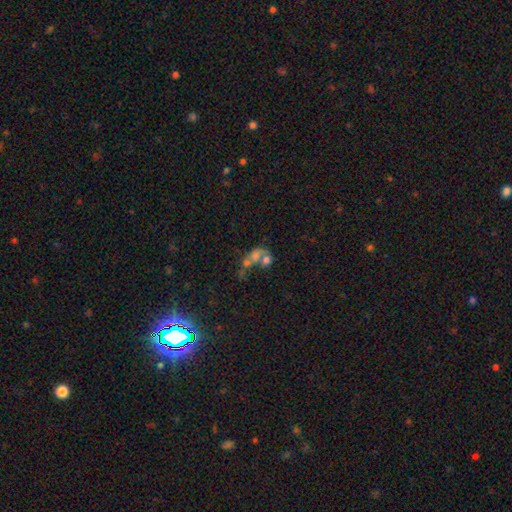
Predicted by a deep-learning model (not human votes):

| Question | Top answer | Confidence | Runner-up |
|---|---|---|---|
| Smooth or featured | smooth | 48% | featured or disk (34%) |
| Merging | merger | 63% | none (16%) |